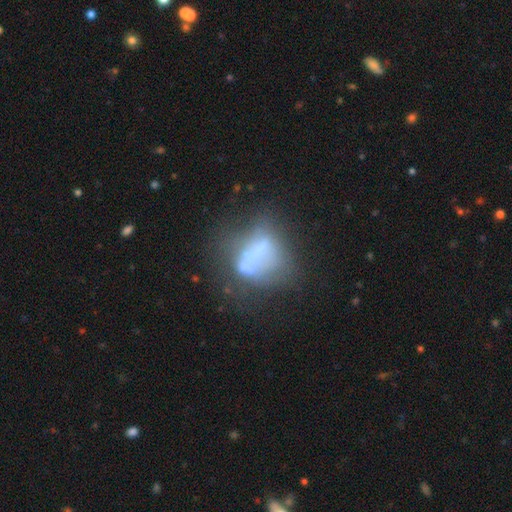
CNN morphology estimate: The model was most divided on "merging": major disturbance: 32%, none: 30%, merger: 20%, minor disturbance: 18%. Remaining: smooth or featured — featured or disk (47%).